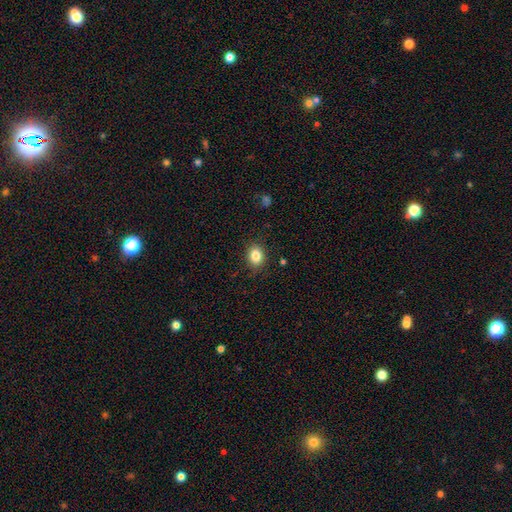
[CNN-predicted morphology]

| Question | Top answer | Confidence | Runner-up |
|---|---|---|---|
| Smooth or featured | smooth | 84% | star or artifact (10%) |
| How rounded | in between | 56% | round (43%) |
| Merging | none | 86% | minor disturbance (10%) |